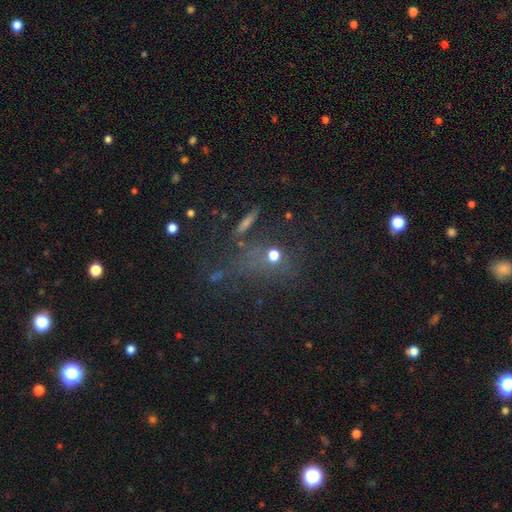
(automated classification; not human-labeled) Overall: star or artifact (48%; smooth 35%).